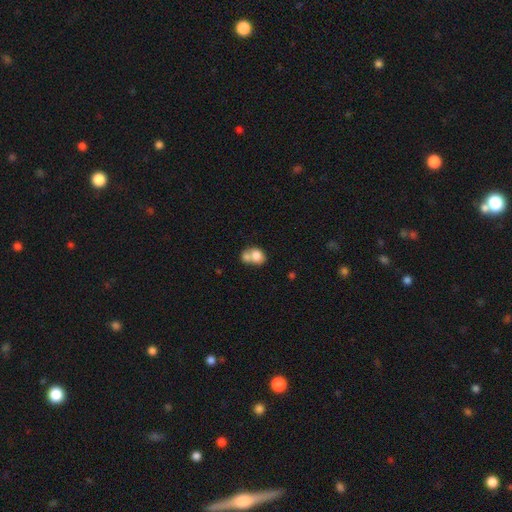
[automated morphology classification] Smooth or featured: smooth — 77% (featured or disk — 14%)
How rounded: in between — 53% (round — 46%)
Merging: merger — 64% (none — 24%)